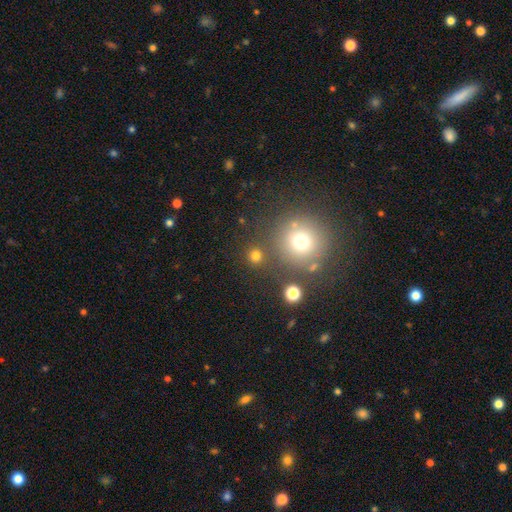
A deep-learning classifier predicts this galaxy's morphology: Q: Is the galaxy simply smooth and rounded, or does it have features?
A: smooth — 73%.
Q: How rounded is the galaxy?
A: round — 92%.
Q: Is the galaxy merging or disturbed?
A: none — 81%.